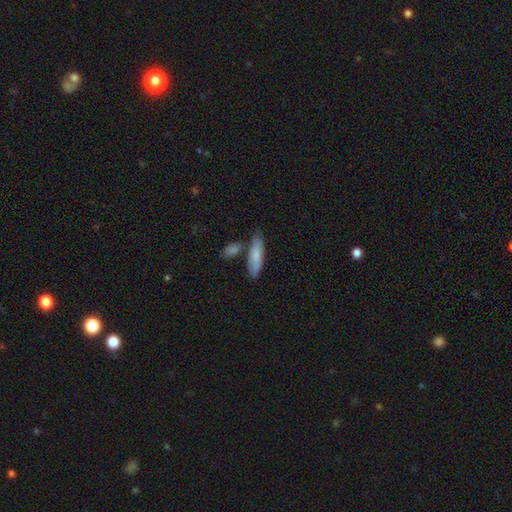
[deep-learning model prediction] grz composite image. It shows a smooth galaxy with no disk features (77%) that is cigar-shaped (58%). Merging: none (68%).